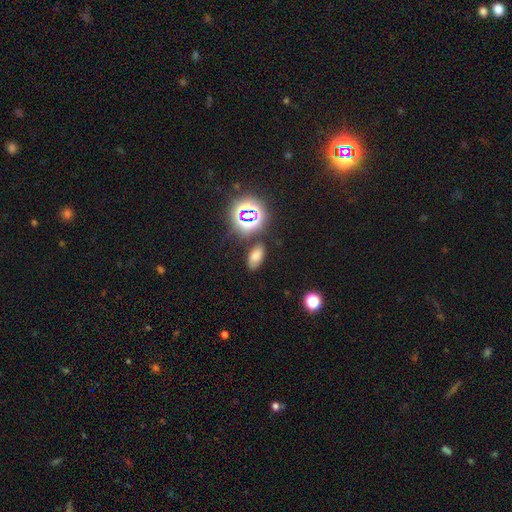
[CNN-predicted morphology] smooth-or-featured: smooth: 65% | star or artifact: 26% | featured or disk: 9%
  how-rounded: in between: 90% | round: 7% | cigar-shaped: 3%
  merging: none: 80% | minor disturbance: 13% | merger: 4% | major disturbance: 4%